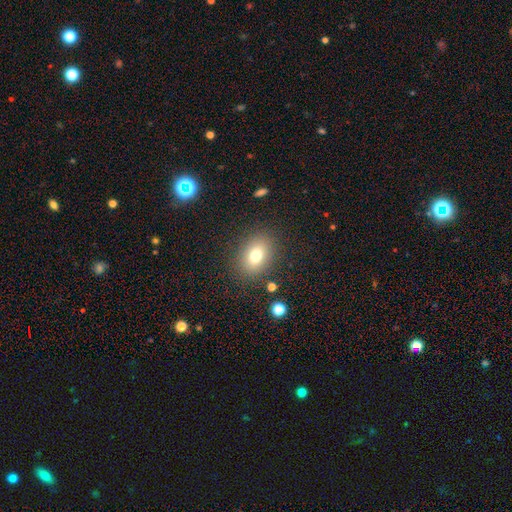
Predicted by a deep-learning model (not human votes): Overall: smooth (76%). How rounded: in between (67%; round 31%). Merging: none (86%).